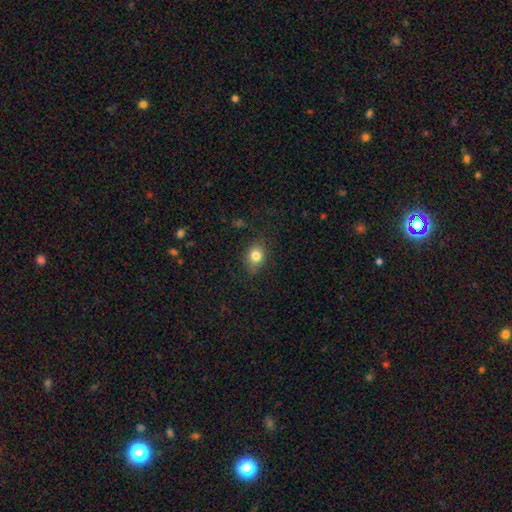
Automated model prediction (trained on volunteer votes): Smooth or featured? Predicted: smooth (p=0.81). How rounded? Predicted: round (p=0.52). Merging? Predicted: none (p=0.78).